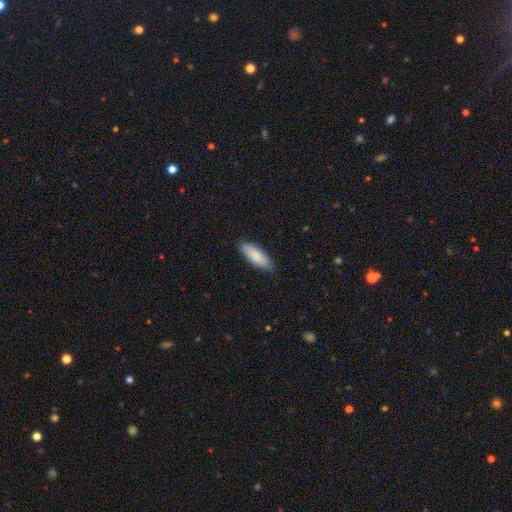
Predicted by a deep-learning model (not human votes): Q: Smooth or featured?
A: smooth (86%); runner-up: featured or disk (8%)
Q: How rounded?
A: in between (67%); runner-up: cigar-shaped (32%)
Q: Merging?
A: none (86%); runner-up: minor disturbance (12%)